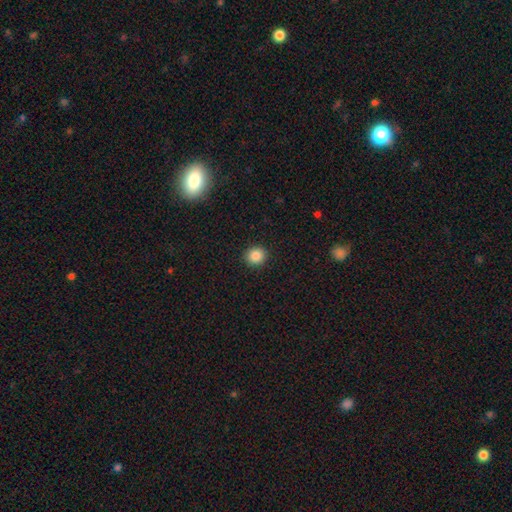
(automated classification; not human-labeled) This appears to be a smooth galaxy with no disk features (86%) that is round (89%). Merging: none (92%).